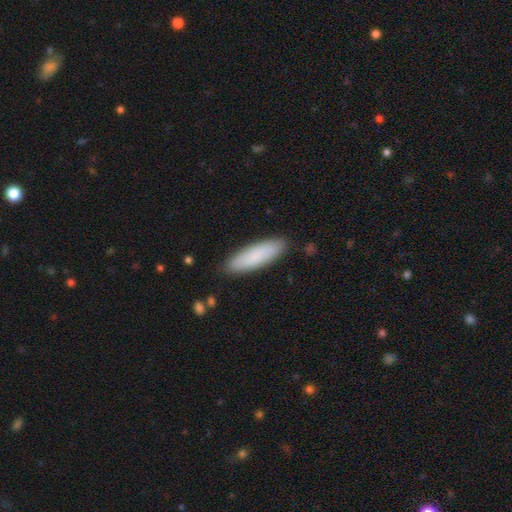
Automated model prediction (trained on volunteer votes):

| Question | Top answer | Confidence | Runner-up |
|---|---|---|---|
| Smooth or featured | smooth | 85% | featured or disk (9%) |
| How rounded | cigar-shaped | 59% | in between (39%) |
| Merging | none | 88% | minor disturbance (9%) |